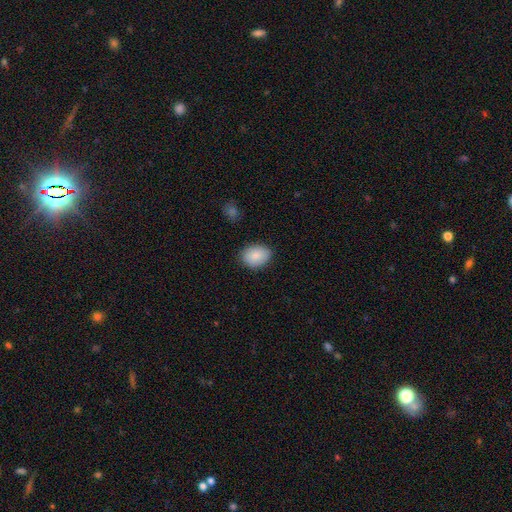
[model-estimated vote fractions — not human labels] A smooth galaxy with no disk features (87%) that is in between round and cigar-shaped (69%).

Vote fractions:
- Smooth or featured? smooth: 87% / featured or disk: 7% / star or artifact: 7%
- How rounded? in between: 69% / round: 30% / cigar-shaped: 1%
- Merging? none: 84% / minor disturbance: 12% / major disturbance: 3% / merger: 1%